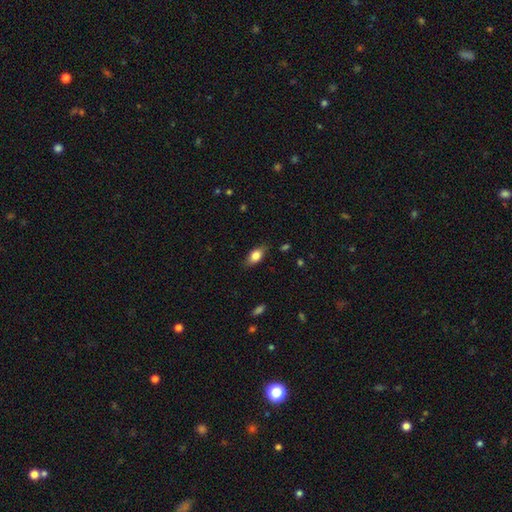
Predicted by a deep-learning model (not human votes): Smooth or featured?
  - smooth: 78% *
  - featured or disk: 14%
  - star or artifact: 7%
How rounded?
  - in between: 86% *
  - cigar-shaped: 8%
  - round: 6%
Merging?
  - none: 81% *
  - minor disturbance: 15%
  - major disturbance: 3%
  - merger: 1%